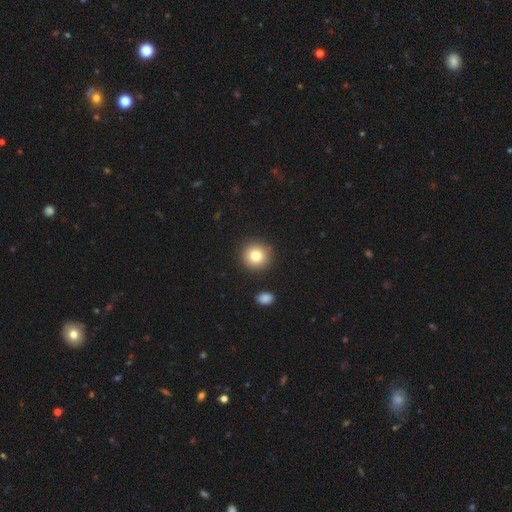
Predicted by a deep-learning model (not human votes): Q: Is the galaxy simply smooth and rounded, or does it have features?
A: smooth — 81%.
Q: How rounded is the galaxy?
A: round — 92%.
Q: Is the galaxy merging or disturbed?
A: none — 89%.